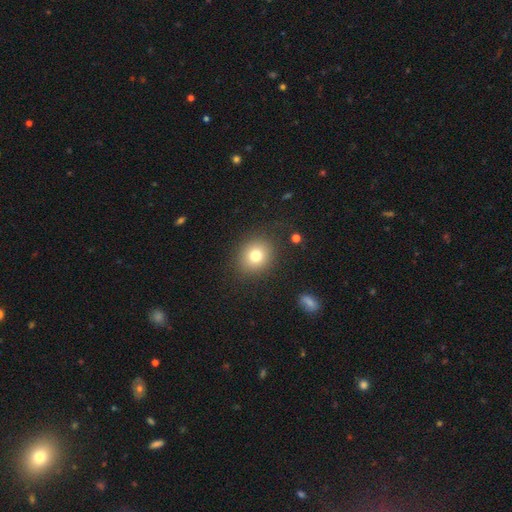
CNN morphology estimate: A smooth galaxy with no disk features (77%) that is round (75%). Merging: none (86%).